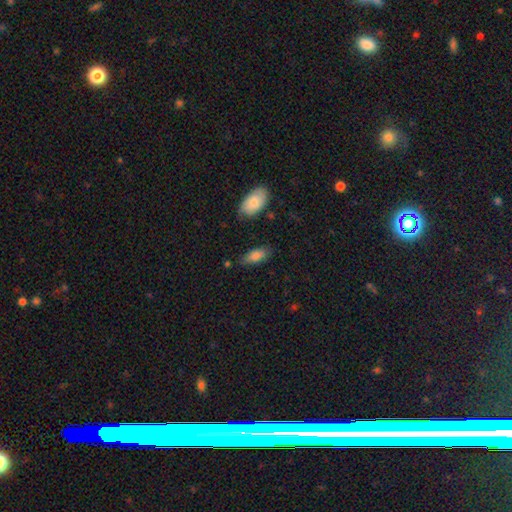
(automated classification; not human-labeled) Smooth or featured? Predicted: smooth (p=0.79). How rounded? Predicted: in between (p=0.80). Merging? Predicted: none (p=0.76).